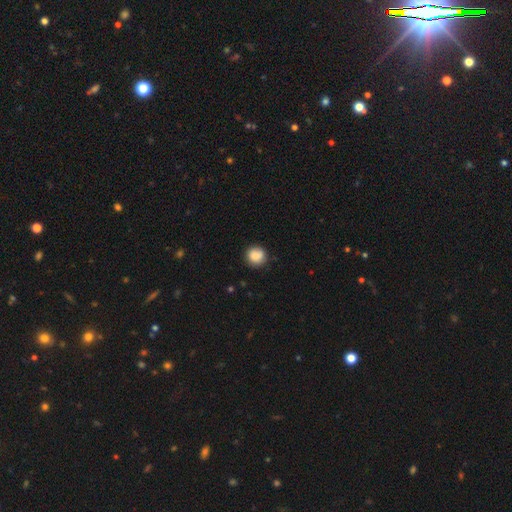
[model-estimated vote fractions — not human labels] Smooth or featured?
  - smooth: 86% *
  - star or artifact: 8%
  - featured or disk: 6%
How rounded?
  - round: 89% *
  - in between: 10%
  - cigar-shaped: 1%
Merging?
  - none: 81% *
  - minor disturbance: 14%
  - major disturbance: 3%
  - merger: 2%